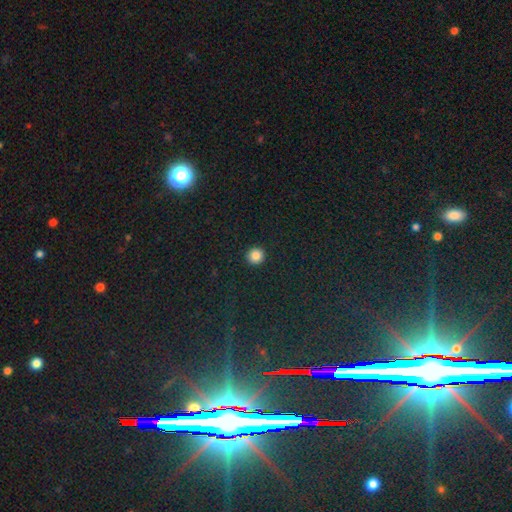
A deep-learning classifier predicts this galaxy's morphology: Smooth or featured? smooth (85%)
How rounded? round (95%)
Merging? none (93%)